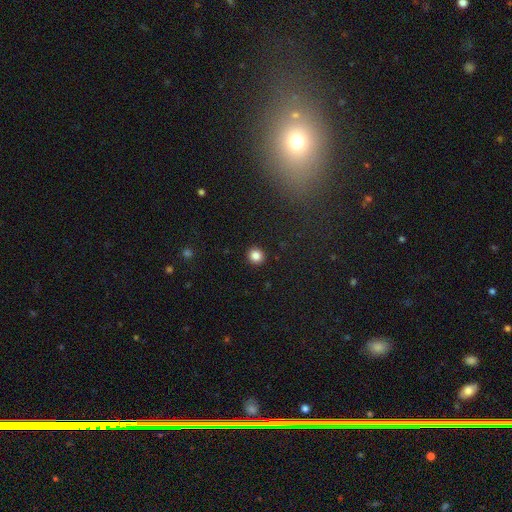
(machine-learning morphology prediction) Overall: smooth (85%). How rounded: round (91%). Merging: none (93%).